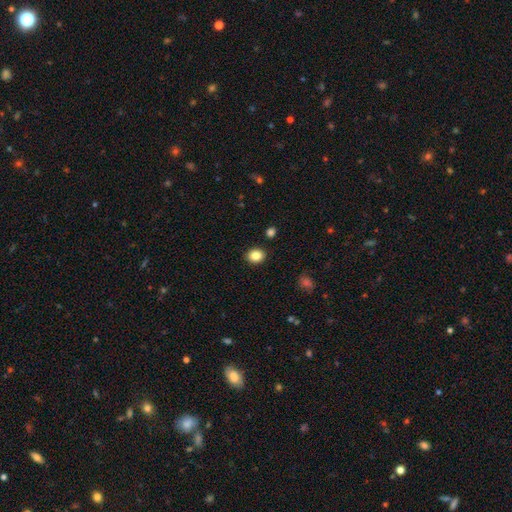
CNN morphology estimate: Smooth or featured? Predicted: smooth (p=0.85). How rounded? Predicted: round (p=0.52). Merging? Predicted: none (p=0.89).